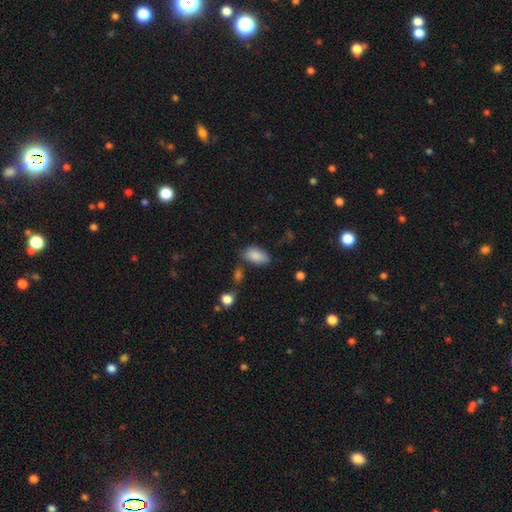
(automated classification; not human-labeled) Smooth or featured: smooth — 86% (star or artifact — 8%)
How rounded: in between — 93% (cigar-shaped — 4%)
Merging: none — 66% (minor disturbance — 22%)